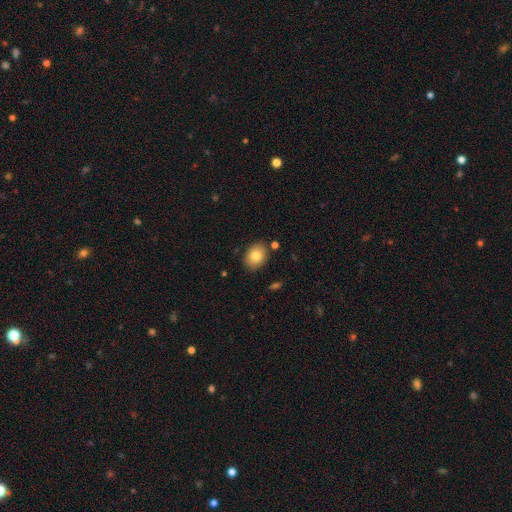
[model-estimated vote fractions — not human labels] Smooth or featured?
  - smooth: 82% *
  - featured or disk: 10%
  - star or artifact: 8%
How rounded?
  - in between: 66% *
  - round: 33%
  - cigar-shaped: 1%
Merging?
  - none: 85% *
  - minor disturbance: 10%
  - merger: 3%
  - major disturbance: 2%